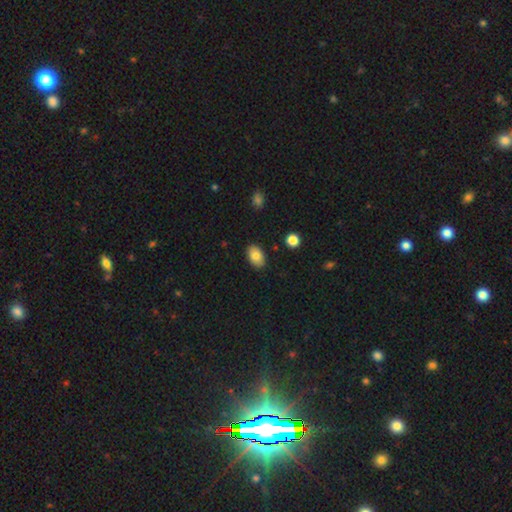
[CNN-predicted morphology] Smooth or featured?
  - smooth: 84% *
  - featured or disk: 8%
  - star or artifact: 8%
How rounded?
  - in between: 89% *
  - round: 10%
  - cigar-shaped: 1%
Merging?
  - none: 87% *
  - minor disturbance: 9%
  - major disturbance: 2%
  - merger: 1%